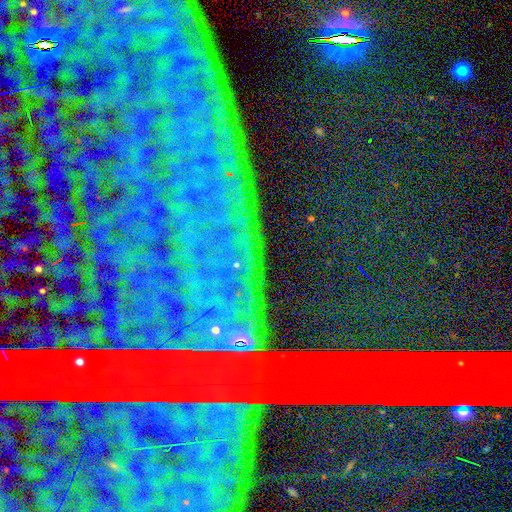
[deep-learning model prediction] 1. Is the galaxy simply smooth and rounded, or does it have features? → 87% star or artifact, 7% featured or disk, 6% smooth.